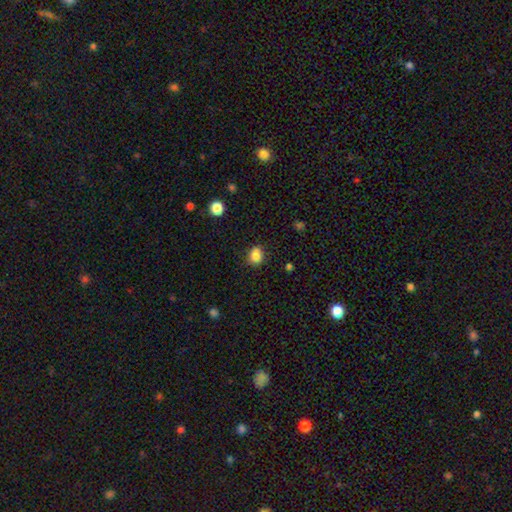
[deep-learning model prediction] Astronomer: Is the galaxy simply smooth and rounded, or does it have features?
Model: smooth — 85%.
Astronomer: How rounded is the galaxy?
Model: in between — 50% (runner-up: round, 49%).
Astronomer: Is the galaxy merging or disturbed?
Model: none — 81%.